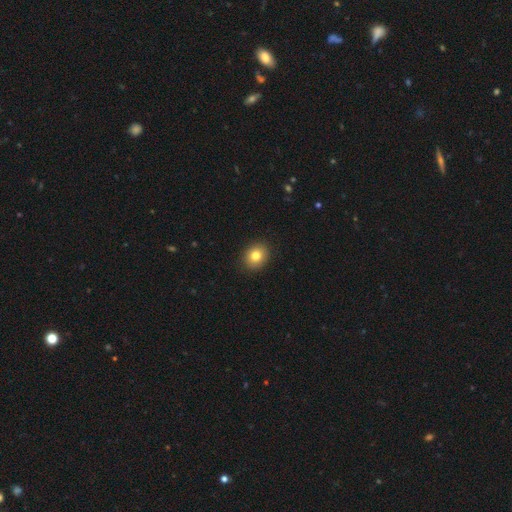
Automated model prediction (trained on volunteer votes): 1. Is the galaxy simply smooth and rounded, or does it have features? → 80% smooth, 10% star or artifact, 9% featured or disk.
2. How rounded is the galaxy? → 64% round, 35% in between, 1% cigar-shaped.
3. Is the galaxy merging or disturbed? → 91% none, 6% minor disturbance, 2% major disturbance, 1% merger.